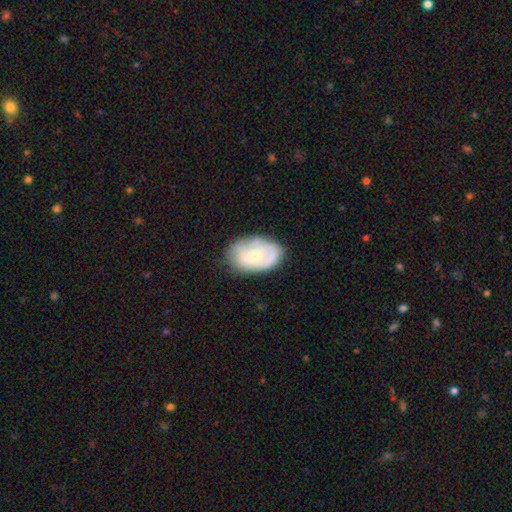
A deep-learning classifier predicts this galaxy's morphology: Smooth or featured?
  - smooth: 50% *
  - featured or disk: 43%
  - star or artifact: 6%
How rounded?
  - in between: 87% *
  - round: 11%
  - cigar-shaped: 1%
Merging?
  - none: 67% *
  - minor disturbance: 24%
  - major disturbance: 7%
  - merger: 2%